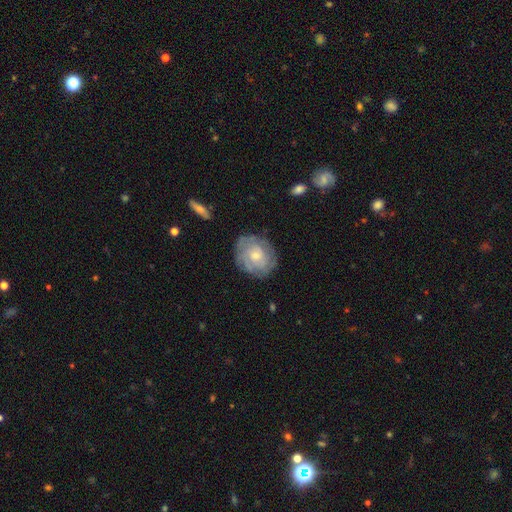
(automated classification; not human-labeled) Q: Smooth or featured?
A: featured or disk (62%); runner-up: smooth (31%)
Q: Edge-on disk?
A: no (97%); runner-up: yes (3%)
Q: Bar?
A: no (78%); runner-up: weak (19%)
Q: Spiral arms?
A: yes (78%); runner-up: no (22%)
Q: Bulge size?
A: small (56%); runner-up: moderate (38%)
Q: Merging?
A: none (77%); runner-up: minor disturbance (16%)